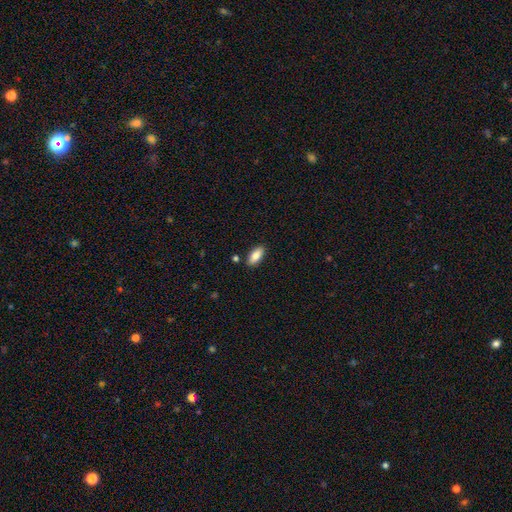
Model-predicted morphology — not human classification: Smooth or featured? smooth (84%)
How rounded? in between (87%)
Merging? none (87%)